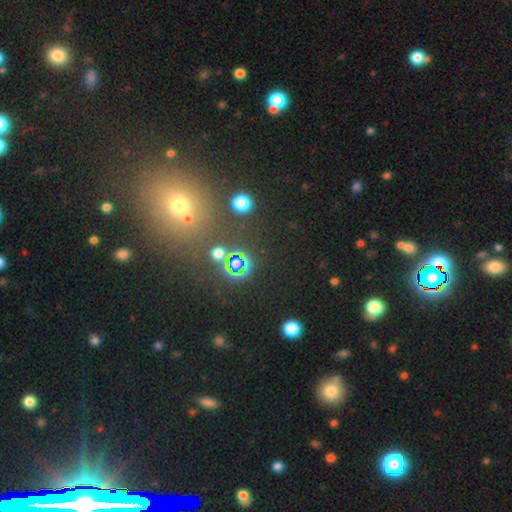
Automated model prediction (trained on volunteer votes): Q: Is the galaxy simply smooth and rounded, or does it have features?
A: star or artifact — 51%.